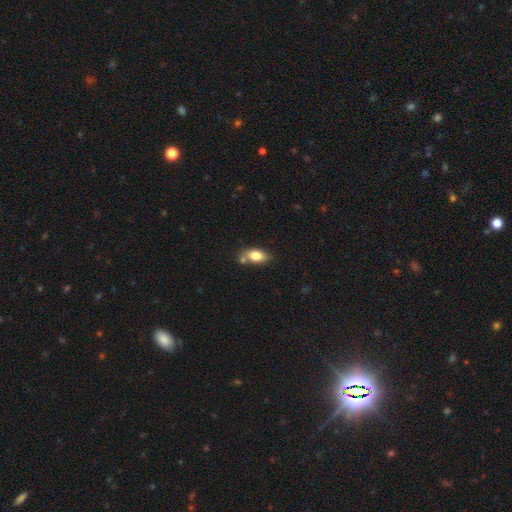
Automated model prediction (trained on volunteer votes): This appears to be a smooth galaxy with no disk features (81%) that is in between round and cigar-shaped (88%). Merging: none (59%).